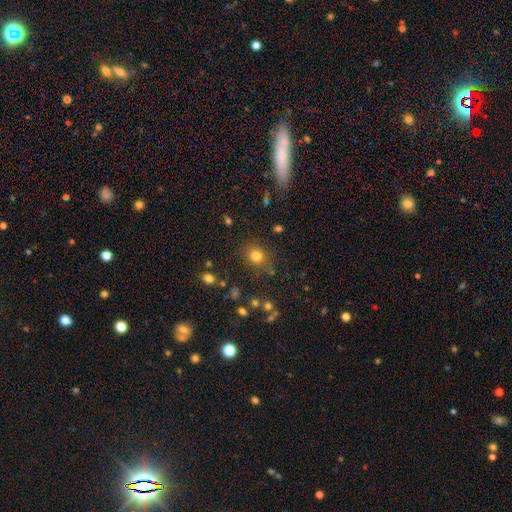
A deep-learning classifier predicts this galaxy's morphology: A smooth galaxy with no disk features (77%) that is round (76%).

Vote fractions:
- Smooth or featured? smooth: 77% / star or artifact: 16% / featured or disk: 7%
- How rounded? round: 76% / in between: 23% / cigar-shaped: 1%
- Merging? none: 78% / minor disturbance: 13% / major disturbance: 5% / merger: 4%